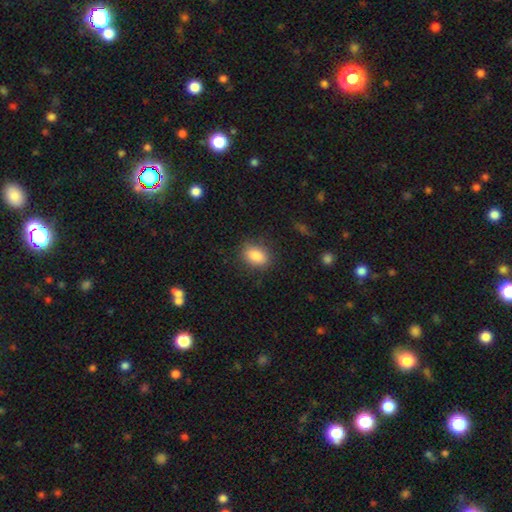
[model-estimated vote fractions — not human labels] Q: Smooth or featured?
A: smooth (87%); runner-up: star or artifact (8%)
Q: How rounded?
A: in between (80%); runner-up: round (18%)
Q: Merging?
A: none (83%); runner-up: minor disturbance (12%)